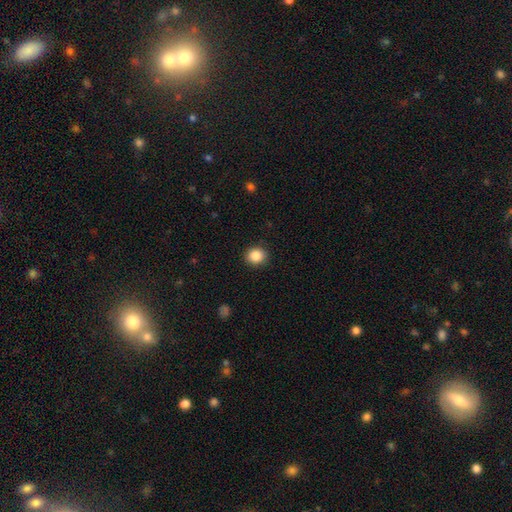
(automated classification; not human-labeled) Morphology: type=smooth (87%); roundness=round (82%); merging=none (91%).